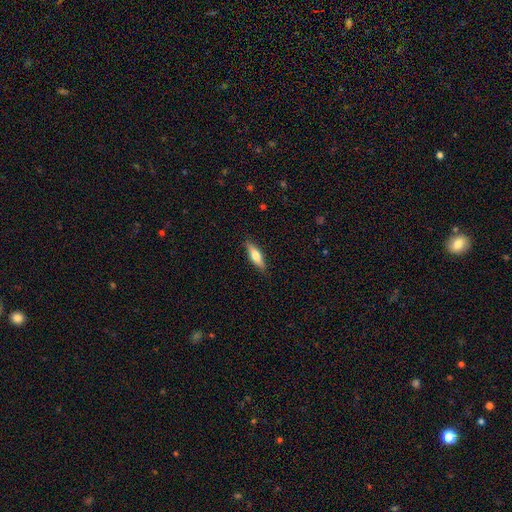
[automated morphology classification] Smooth or featured?
  - smooth: 62% *
  - featured or disk: 32%
  - star or artifact: 6%
How rounded?
  - cigar-shaped: 56% *
  - in between: 42%
  - round: 2%
Merging?
  - none: 86% *
  - minor disturbance: 10%
  - major disturbance: 2%
  - merger: 1%